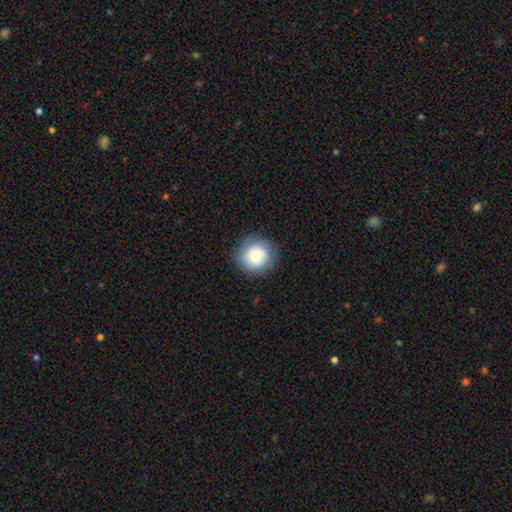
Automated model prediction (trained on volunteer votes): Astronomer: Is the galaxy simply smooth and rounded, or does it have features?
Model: smooth — 85%.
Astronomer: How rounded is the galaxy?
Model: round — 91%.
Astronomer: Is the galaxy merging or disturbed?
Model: none — 84%.